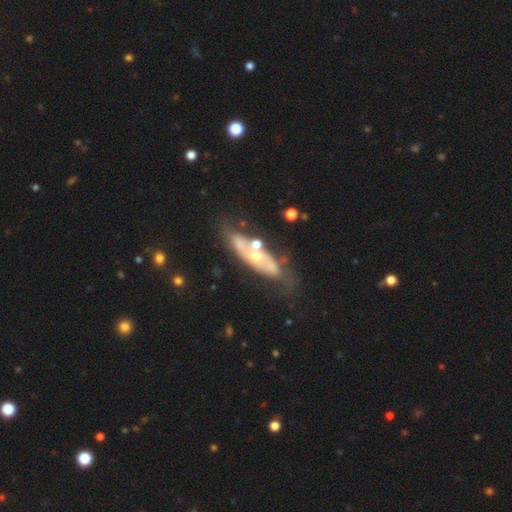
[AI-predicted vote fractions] The model was most divided on "bulge size": moderate: 47%, small: 46%, large: 3%, none: 3%, dominant: 1%. More confident: edge-on disk — no (79%); bar — no (74%); smooth or featured — featured or disk (71%); spiral arms — yes (55%); merging — none (51%).